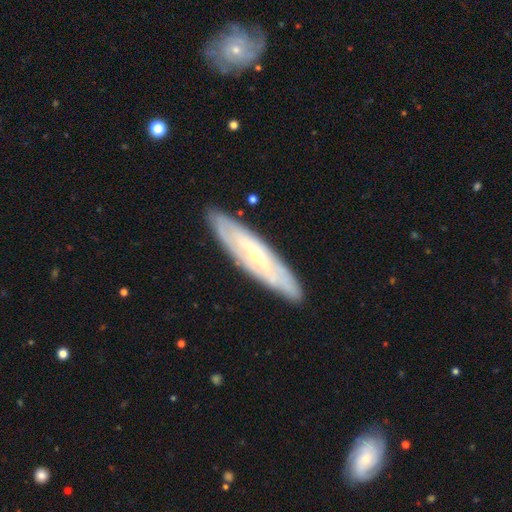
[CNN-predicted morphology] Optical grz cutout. It shows a featured or disk galaxy (69%). Merging: none (87%).